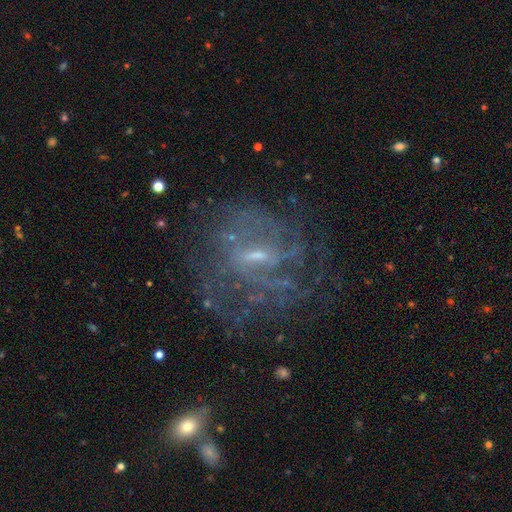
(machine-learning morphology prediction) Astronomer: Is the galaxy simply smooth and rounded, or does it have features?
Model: featured or disk — 80%.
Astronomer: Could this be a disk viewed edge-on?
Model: no — 96%.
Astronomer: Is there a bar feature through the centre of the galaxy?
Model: weak — 55%.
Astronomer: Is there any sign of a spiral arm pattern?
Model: yes — 79%.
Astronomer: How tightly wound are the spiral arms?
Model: tight — 45% (runner-up: medium, 38%).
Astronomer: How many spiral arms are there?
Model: can't tell — 51%.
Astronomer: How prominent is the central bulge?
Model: small — 66%.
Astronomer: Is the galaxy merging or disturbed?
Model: none — 64%.